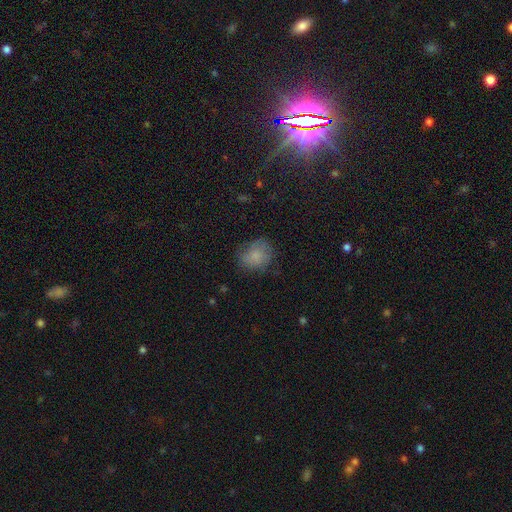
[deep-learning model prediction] smooth-or-featured: smooth: 73% | featured or disk: 17% | star or artifact: 10%
  how-rounded: round: 62% | in between: 37% | cigar-shaped: 1%
  merging: none: 64% | minor disturbance: 24% | major disturbance: 10% | merger: 2%